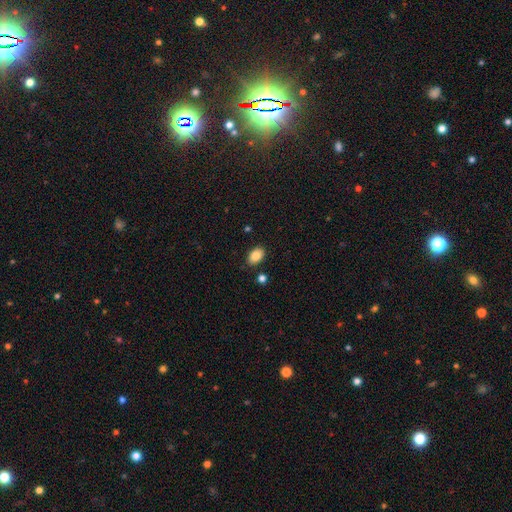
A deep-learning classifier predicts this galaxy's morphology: This appears to be a smooth galaxy with no disk features (84%) that is in between round and cigar-shaped (88%). Merging: none (85%).